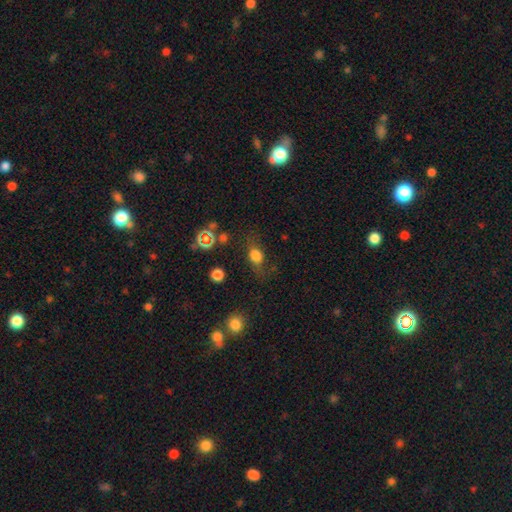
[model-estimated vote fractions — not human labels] Morphology: type=smooth (73%); roundness=in between (62%); merging=none (62%).